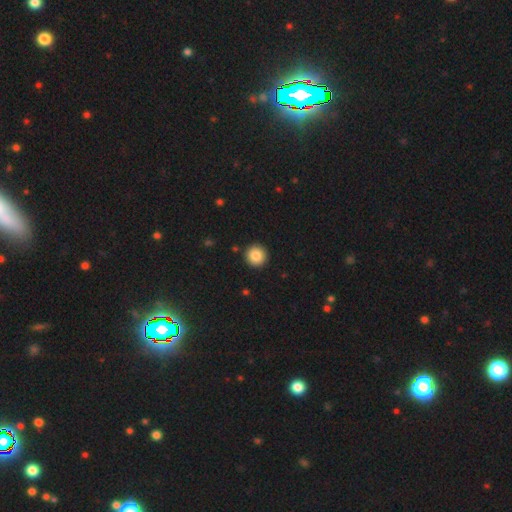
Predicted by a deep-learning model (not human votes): smooth_or_featured: smooth (p=0.86) [alt: star or artifact p=0.09]
how_rounded: round (p=0.96) [alt: in between p=0.03]
merging: none (p=0.92) [alt: minor disturbance p=0.05]